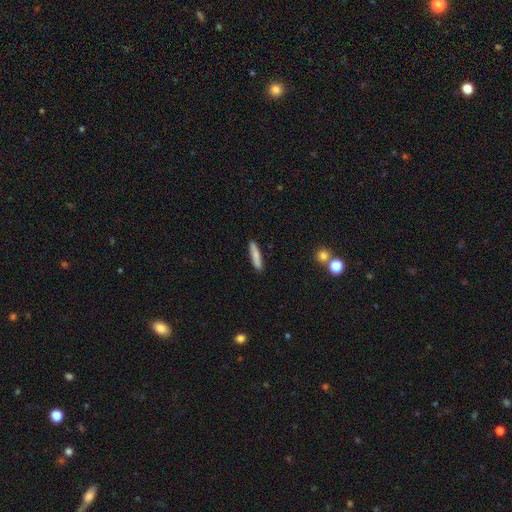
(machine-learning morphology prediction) This appears to be a smooth galaxy with no disk features (78%) that is cigar-shaped (87%). Merging: none (89%).